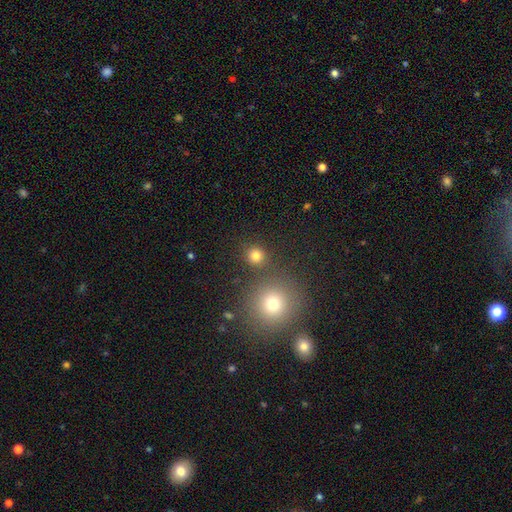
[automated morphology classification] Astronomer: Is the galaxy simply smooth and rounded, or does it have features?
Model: smooth — 78%.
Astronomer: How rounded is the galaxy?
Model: round — 90%.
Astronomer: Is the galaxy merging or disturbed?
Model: none — 81%.